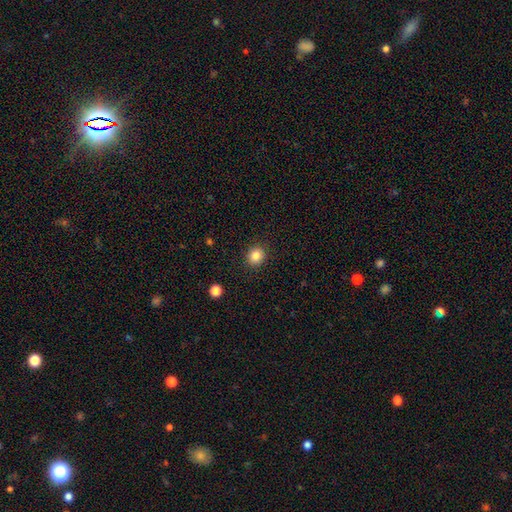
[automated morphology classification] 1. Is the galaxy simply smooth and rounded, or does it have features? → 84% smooth, 11% star or artifact, 5% featured or disk.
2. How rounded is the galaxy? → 80% round, 19% in between, 1% cigar-shaped.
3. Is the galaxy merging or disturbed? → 91% none, 6% minor disturbance, 2% major disturbance, 1% merger.